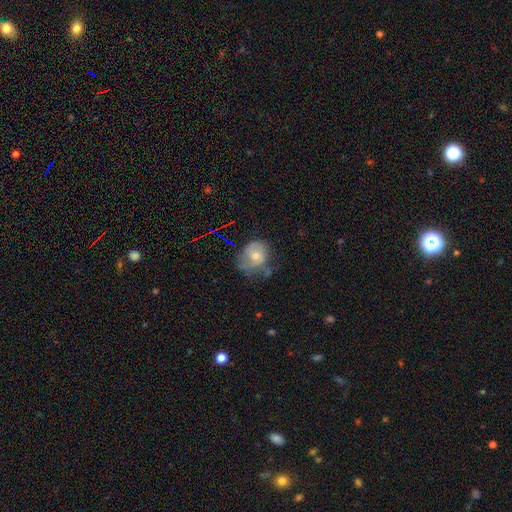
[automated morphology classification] smooth_or_featured: smooth (p=0.51) [alt: featured or disk p=0.39]
how_rounded: round (p=0.57) [alt: in between p=0.42]
merging: none (p=0.42) [alt: minor disturbance p=0.33]